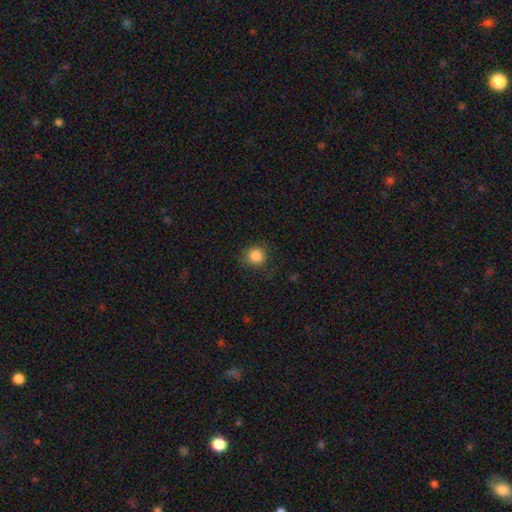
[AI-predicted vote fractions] Smooth or featured? Predicted: smooth (p=0.85). How rounded? Predicted: round (p=0.89). Merging? Predicted: none (p=0.81).